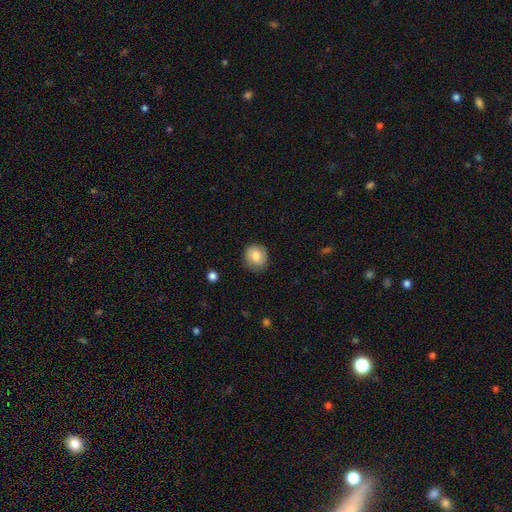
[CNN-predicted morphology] The model was most divided on "how rounded": round: 79%, in between: 20%, cigar-shaped: 1%. More confident: merging — none (84%); smooth or featured — smooth (81%).